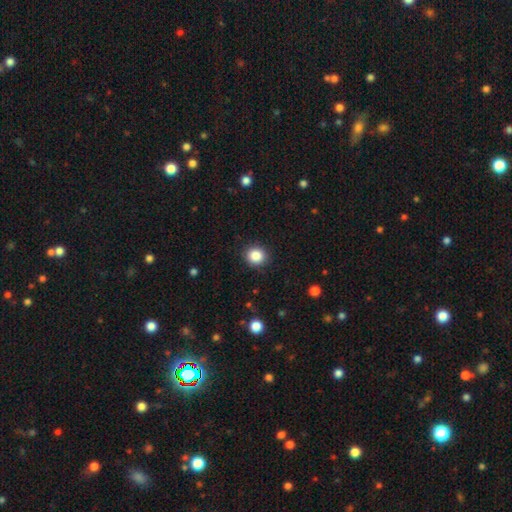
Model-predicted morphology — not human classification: Smooth or featured: smooth — 86% (star or artifact — 10%)
How rounded: round — 85% (in between — 14%)
Merging: none — 90% (minor disturbance — 7%)